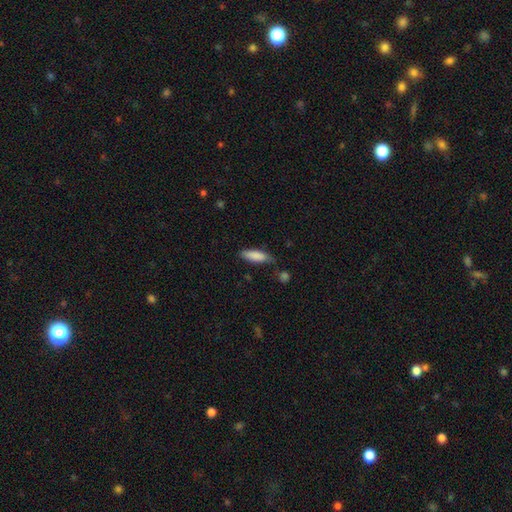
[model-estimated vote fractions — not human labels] Smooth or featured: smooth — 86% (featured or disk — 8%)
How rounded: in between — 59% (cigar-shaped — 39%)
Merging: none — 67% (minor disturbance — 23%)